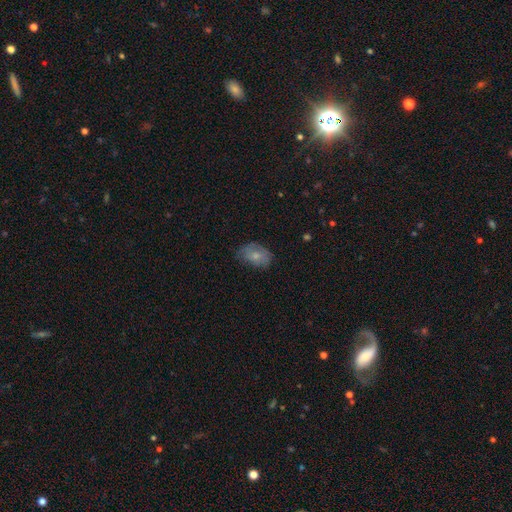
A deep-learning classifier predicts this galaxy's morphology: smooth-or-featured: smooth: 70% | featured or disk: 22% | star or artifact: 7%
  how-rounded: in between: 83% | round: 16% | cigar-shaped: 1%
  merging: none: 61% | minor disturbance: 29% | major disturbance: 8% | merger: 1%